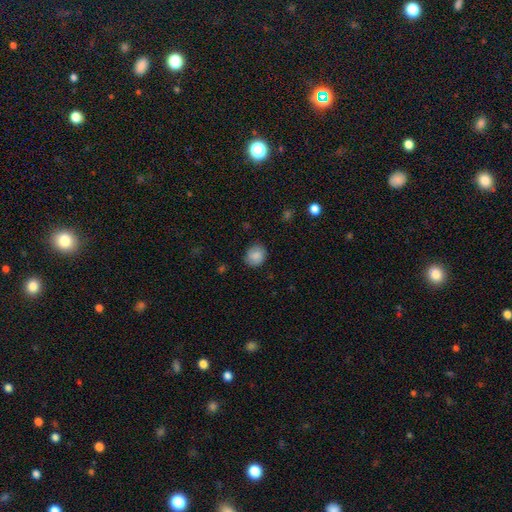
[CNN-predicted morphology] Smooth or featured? Predicted: smooth (p=0.84). How rounded? Predicted: round (p=0.71). Merging? Predicted: none (p=0.83).